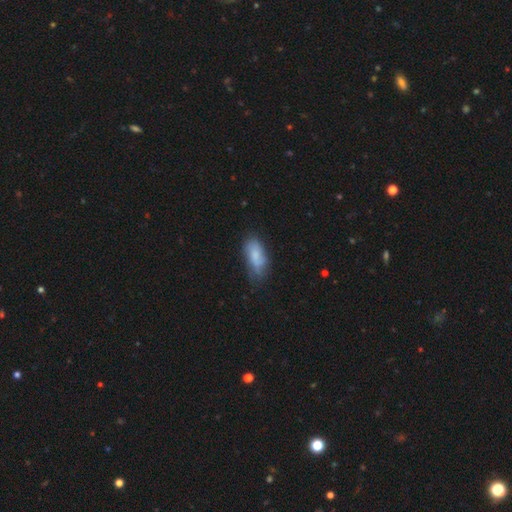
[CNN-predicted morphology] smooth_or_featured: smooth (p=0.68) [alt: featured or disk p=0.25]
how_rounded: in between (p=0.87) [alt: cigar-shaped p=0.10]
merging: none (p=0.52) [alt: minor disturbance p=0.34]